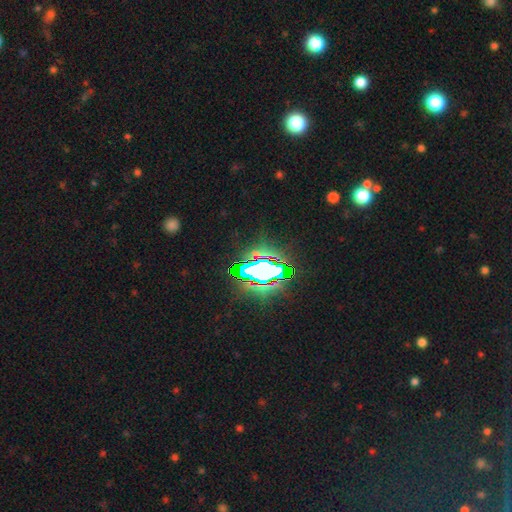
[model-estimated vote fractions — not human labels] Smooth or featured? star or artifact (77%)